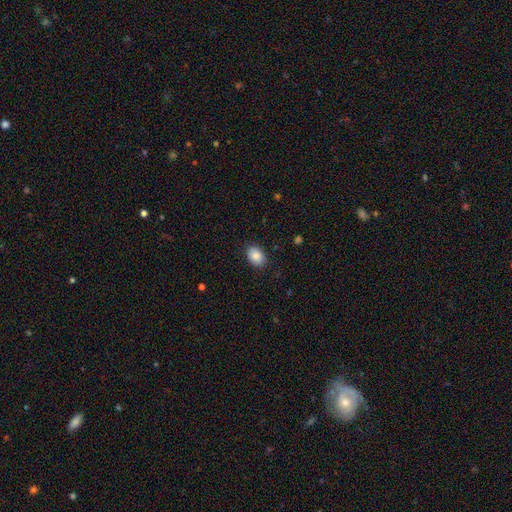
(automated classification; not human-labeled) smooth-or-featured: smooth: 86% | star or artifact: 7% | featured or disk: 7%
  how-rounded: in between: 81% | round: 18% | cigar-shaped: 1%
  merging: none: 87% | minor disturbance: 10% | major disturbance: 2% | merger: 1%